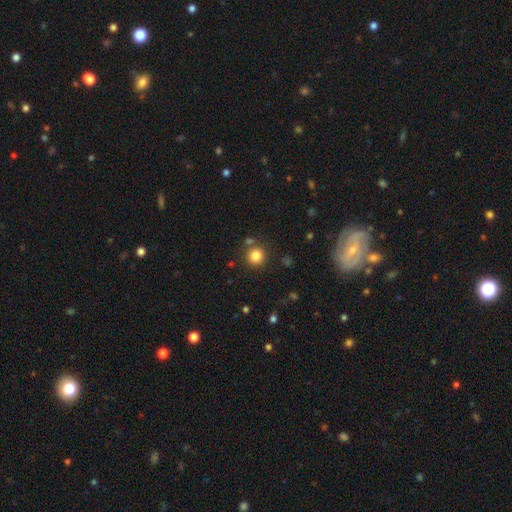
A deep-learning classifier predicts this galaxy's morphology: Overall: smooth (83%). How rounded: round (92%). Merging: none (81%).